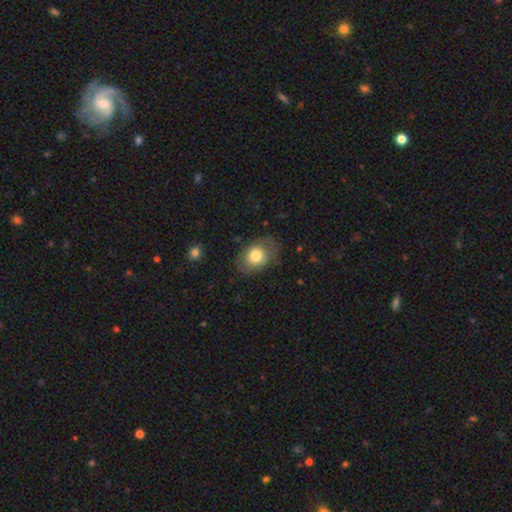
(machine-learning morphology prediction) This appears to be a smooth galaxy with no disk features (71%) that is in between round and cigar-shaped (70%). Merging: none (66%).